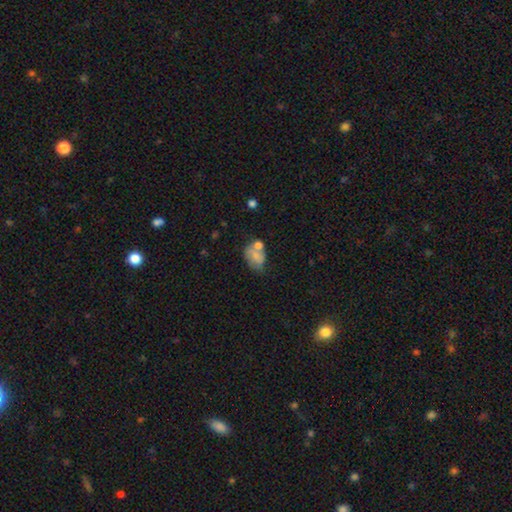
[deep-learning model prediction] Morphology: type=smooth (71%); roundness=in between (74%); merging=none (35%).